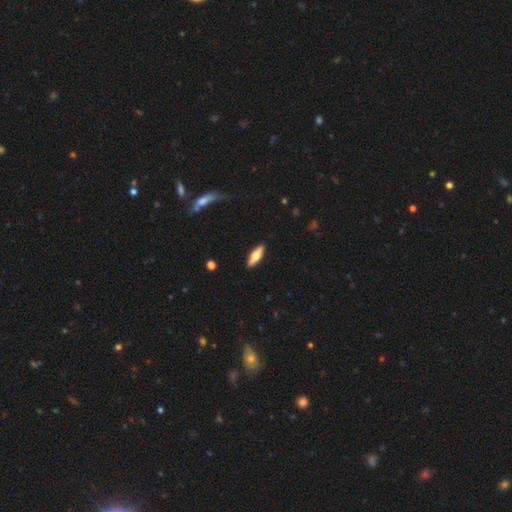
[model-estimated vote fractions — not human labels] A smooth galaxy with no disk features (58%) that is cigar-shaped (49%, tied with in between). Merging: none (89%).